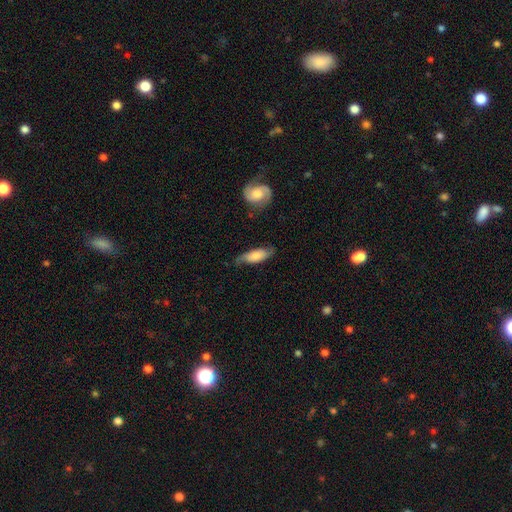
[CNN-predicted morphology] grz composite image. It shows a smooth galaxy with no disk features (62%) that is in between round and cigar-shaped (66%). Merging: none (60%).